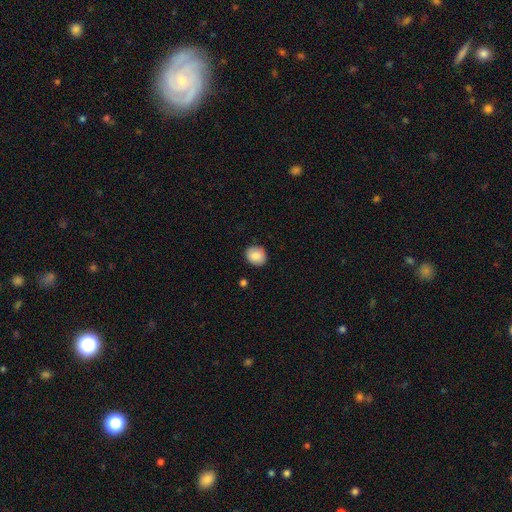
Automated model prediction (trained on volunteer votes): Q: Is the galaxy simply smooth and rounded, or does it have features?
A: smooth — 88%.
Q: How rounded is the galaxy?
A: round — 73%.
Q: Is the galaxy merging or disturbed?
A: none — 88%.